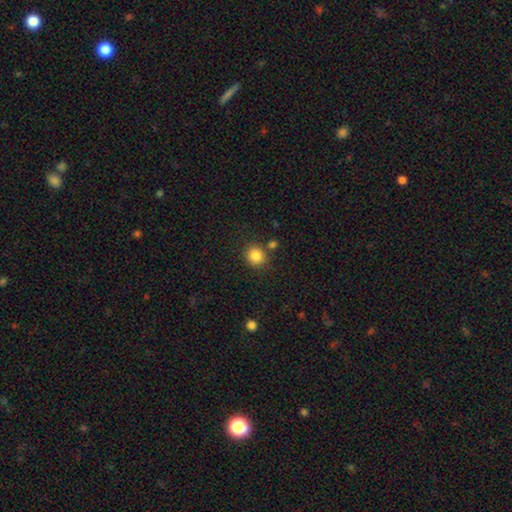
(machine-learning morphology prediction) Smooth or featured? Predicted: smooth (p=0.85). How rounded? Predicted: round (p=0.85). Merging? Predicted: none (p=0.81).